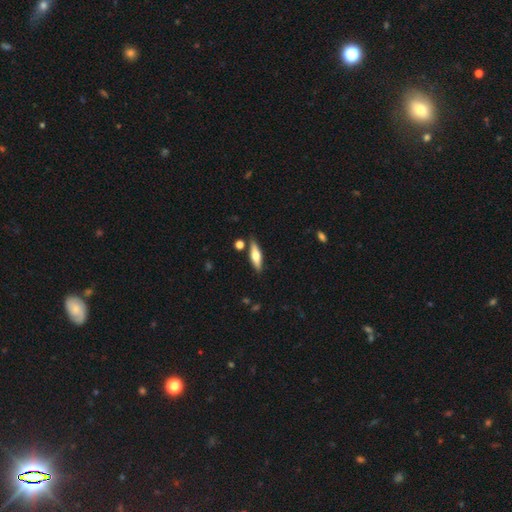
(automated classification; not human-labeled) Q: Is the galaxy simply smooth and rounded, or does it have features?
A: smooth — 49%.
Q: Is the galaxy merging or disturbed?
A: none — 83%.